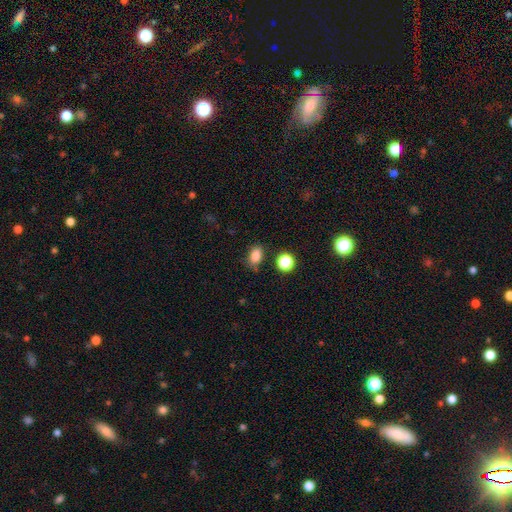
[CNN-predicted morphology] smooth 84%, star or artifact 11%, featured or disk 5%. Down the decision tree: how rounded — in between (80%); merging — none (78%).